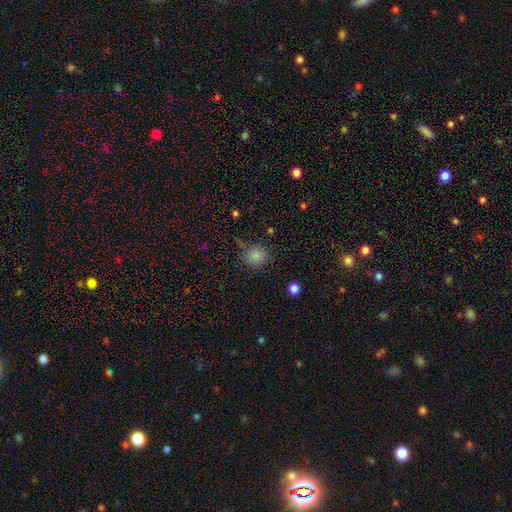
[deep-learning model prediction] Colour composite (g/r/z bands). It shows a smooth galaxy with no disk features (84%) that is round (79%). Merging: none (76%).